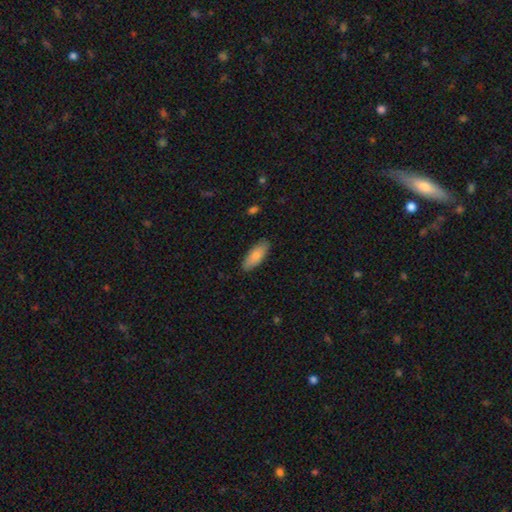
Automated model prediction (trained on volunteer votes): A smooth galaxy with no disk features (82%) that is in between round and cigar-shaped (81%).

Vote fractions:
- Smooth or featured? smooth: 82% / featured or disk: 13% / star or artifact: 6%
- How rounded? in between: 81% / cigar-shaped: 17% / round: 2%
- Merging? none: 86% / minor disturbance: 11% / major disturbance: 2% / merger: 1%